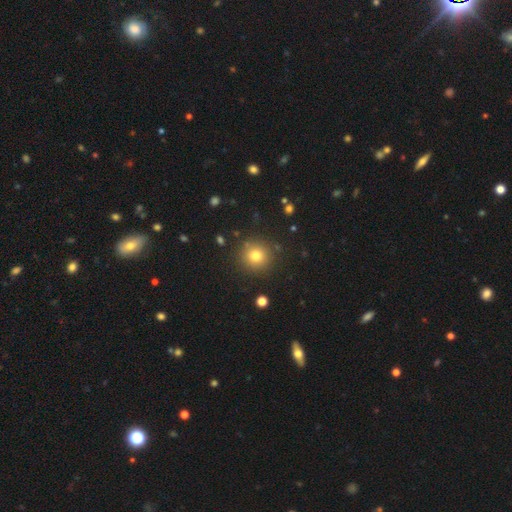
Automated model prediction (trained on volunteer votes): Morphology: type=smooth (78%); roundness=round (94%); merging=none (88%).